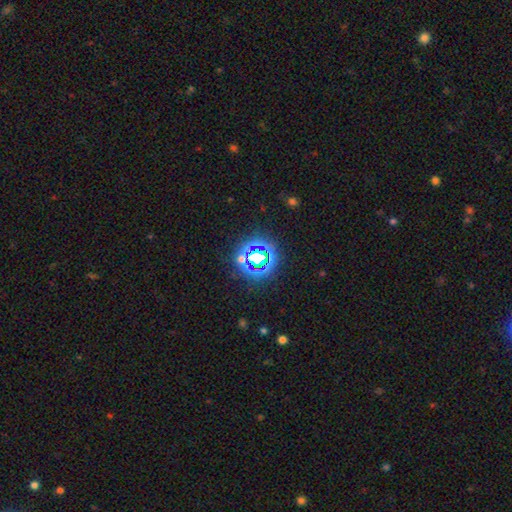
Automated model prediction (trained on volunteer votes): Smooth or featured?
  - star or artifact: 76% *
  - smooth: 18%
  - featured or disk: 7%